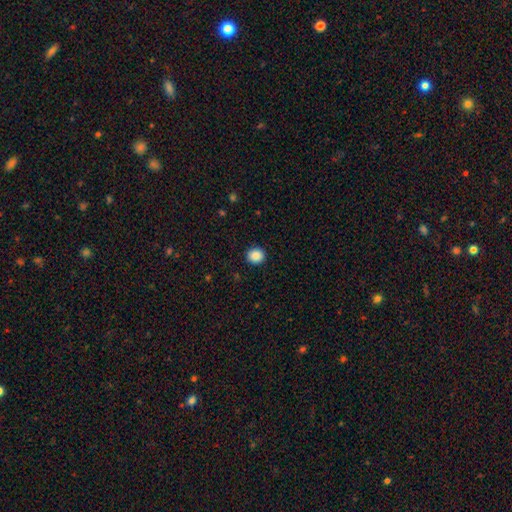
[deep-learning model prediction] smooth 88%, star or artifact 9%, featured or disk 3%. Down the decision tree: how rounded — round (85%); merging — none (91%).